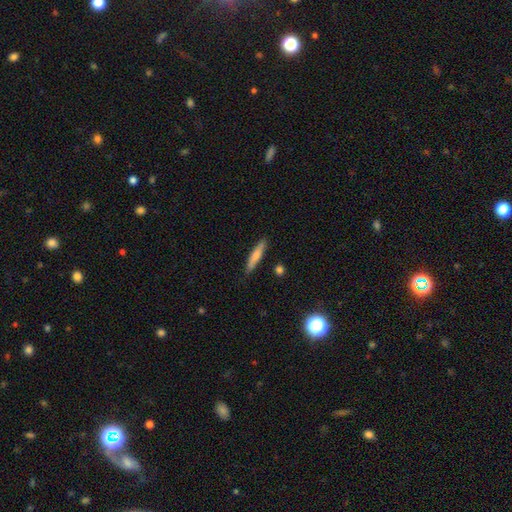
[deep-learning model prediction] Smooth or featured? Predicted: smooth (p=0.69). How rounded? Predicted: cigar-shaped (p=0.89). Merging? Predicted: none (p=0.86).